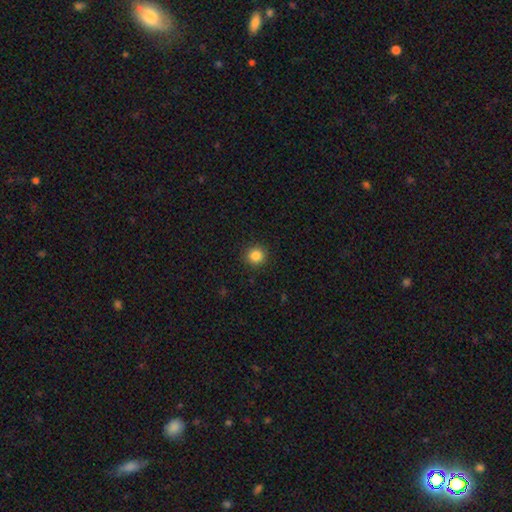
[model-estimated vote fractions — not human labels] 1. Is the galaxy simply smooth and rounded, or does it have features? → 85% smooth, 11% star or artifact, 4% featured or disk.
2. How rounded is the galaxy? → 94% round, 5% in between, 1% cigar-shaped.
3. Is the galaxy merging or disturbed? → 92% none, 5% minor disturbance, 2% major disturbance, 1% merger.